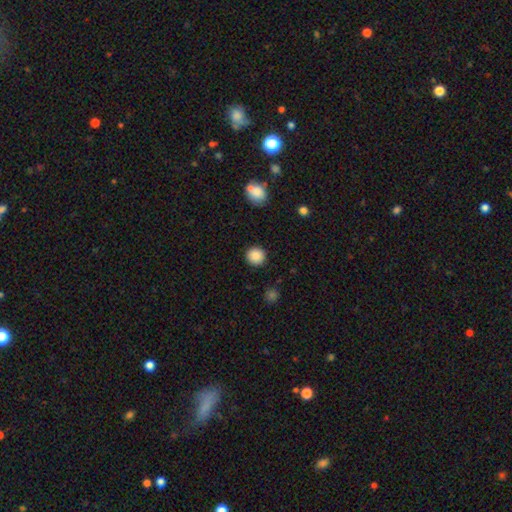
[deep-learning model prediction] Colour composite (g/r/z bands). It shows a smooth galaxy with no disk features (88%) that is round (92%). Merging: none (91%).